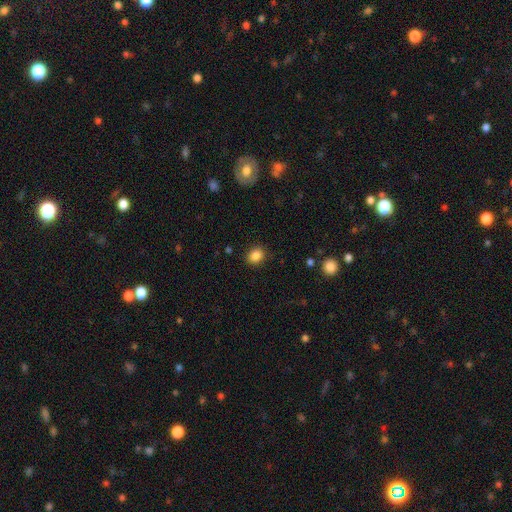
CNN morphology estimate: type=smooth (86%); roundness=round (58%); merging=none (88%).